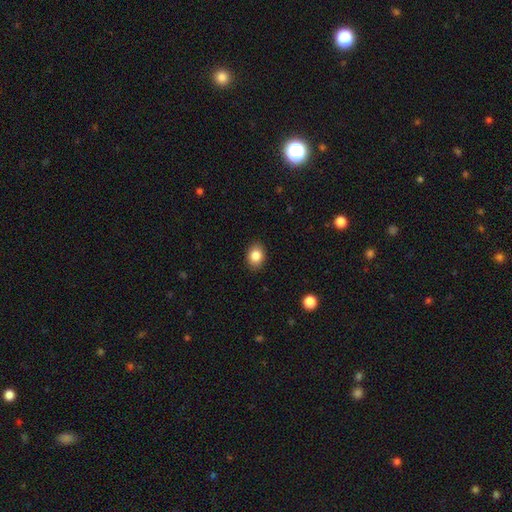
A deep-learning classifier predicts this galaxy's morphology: Smooth or featured: smooth — 86% (star or artifact — 9%)
How rounded: in between — 63% (round — 36%)
Merging: none — 88% (minor disturbance — 9%)